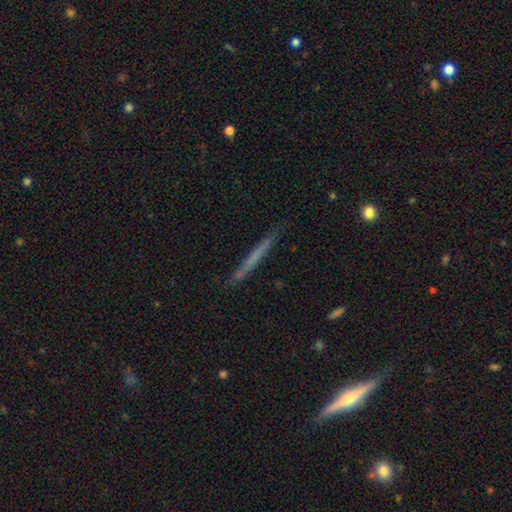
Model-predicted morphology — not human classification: smooth-or-featured: smooth: 52% | featured or disk: 42% | star or artifact: 7%
  how-rounded: cigar-shaped: 97% | in between: 2% | round: 2%
  merging: none: 86% | minor disturbance: 11% | major disturbance: 2% | merger: 2%